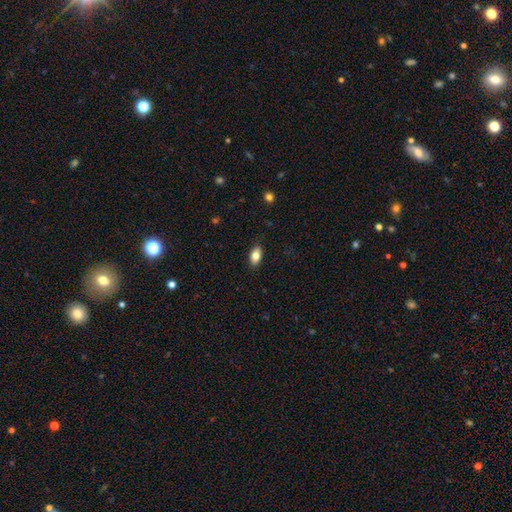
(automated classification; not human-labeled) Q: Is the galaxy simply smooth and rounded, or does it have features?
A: smooth — 81%.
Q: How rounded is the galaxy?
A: in between — 90%.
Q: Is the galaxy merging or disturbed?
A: none — 87%.